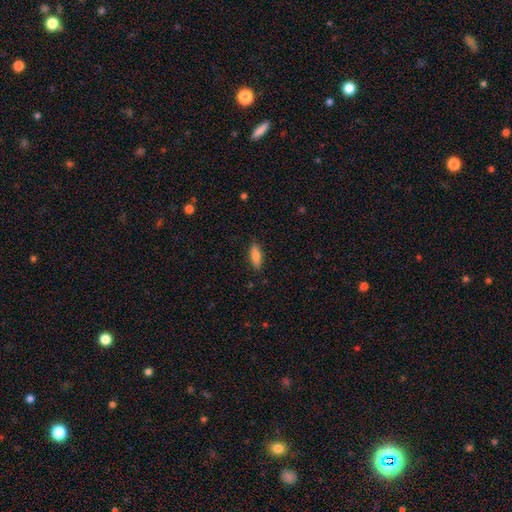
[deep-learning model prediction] smooth 77%, featured or disk 16%, star or artifact 7%. Down the decision tree: how rounded — in between (59%); merging — none (87%).